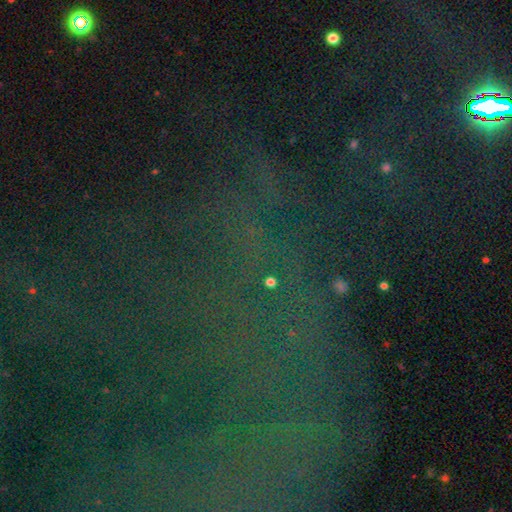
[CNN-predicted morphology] This is clearly a star or artifact rather than a galaxy (80%).